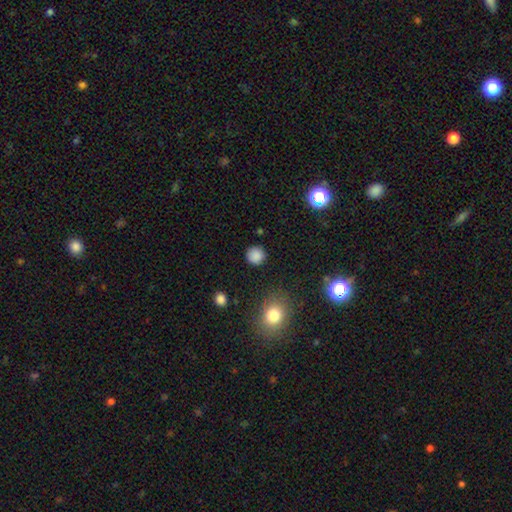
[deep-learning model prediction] Smooth or featured? Predicted: smooth (p=0.85). How rounded? Predicted: round (p=0.93). Merging? Predicted: none (p=0.88).